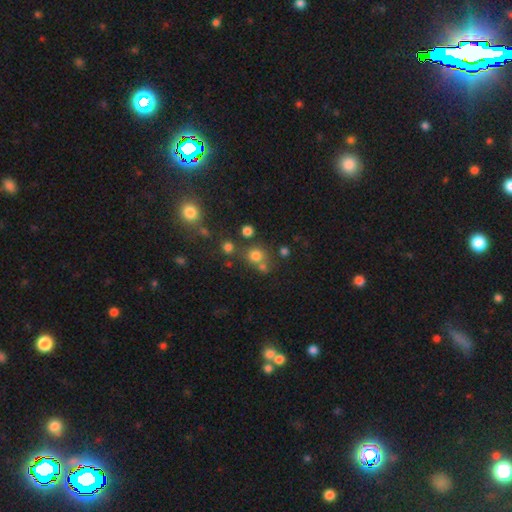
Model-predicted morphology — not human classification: Smooth or featured? Predicted: smooth (p=0.72). How rounded? Predicted: round (p=0.86). Merging? Predicted: none (p=0.64).